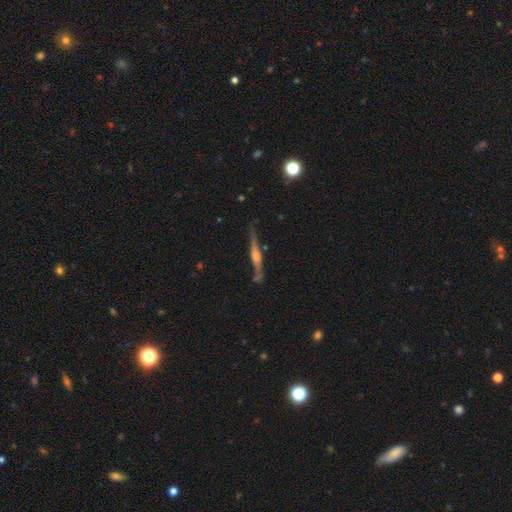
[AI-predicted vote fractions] Overall: featured or disk (78%). Edge-on disk: yes (94%). Edge-on bulge: rounded (80%). Merging: none (74%).